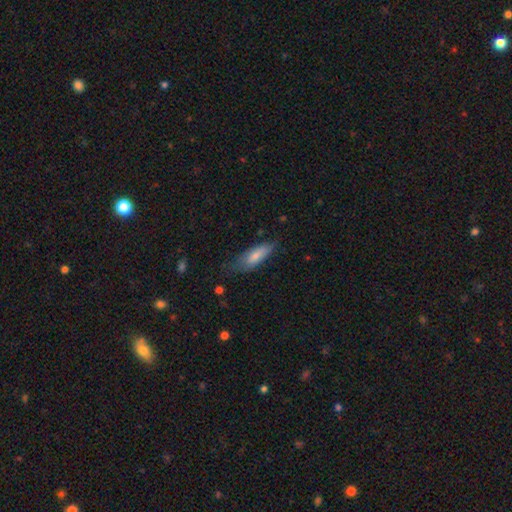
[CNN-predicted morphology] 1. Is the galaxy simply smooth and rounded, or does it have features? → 76% smooth, 17% featured or disk, 6% star or artifact.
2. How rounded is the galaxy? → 65% in between, 33% cigar-shaped, 2% round.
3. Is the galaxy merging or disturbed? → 56% none, 32% minor disturbance, 9% major disturbance, 2% merger.